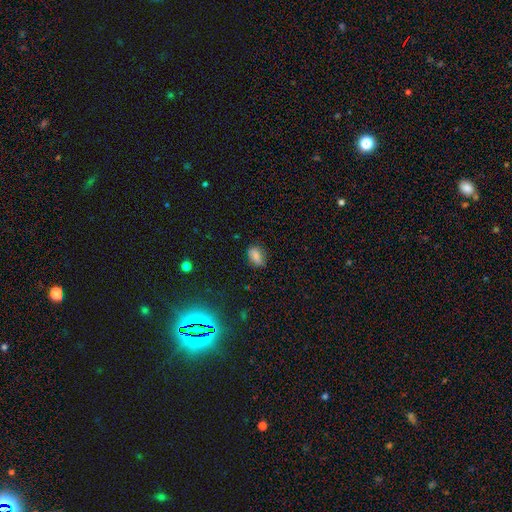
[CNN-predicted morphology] This is clearly a smooth galaxy (81%). How rounded: clearly in between (86%). Merging: likely none (74%).